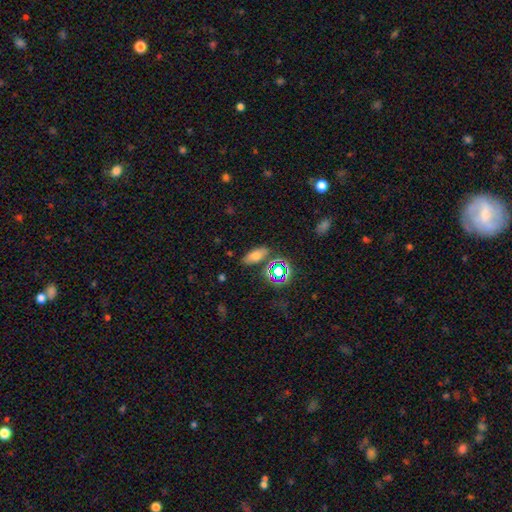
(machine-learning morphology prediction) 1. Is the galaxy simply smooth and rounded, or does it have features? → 63% smooth, 22% star or artifact, 15% featured or disk.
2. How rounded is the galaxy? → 72% in between, 18% cigar-shaped, 9% round.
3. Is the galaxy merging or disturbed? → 78% none, 12% minor disturbance, 6% merger, 4% major disturbance.